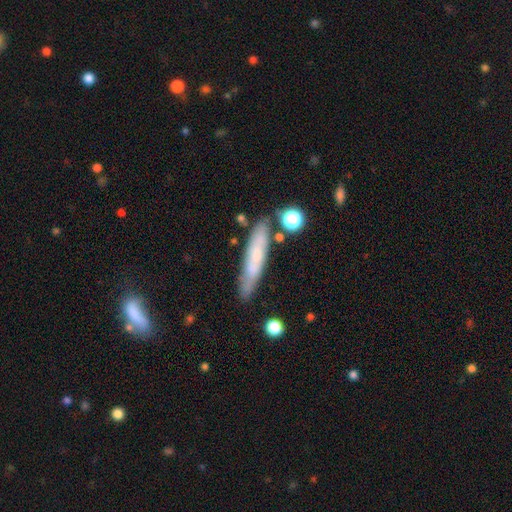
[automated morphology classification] This appears to be a smooth galaxy with no disk features (51%) that is cigar-shaped (86%). Merging: none (76%).